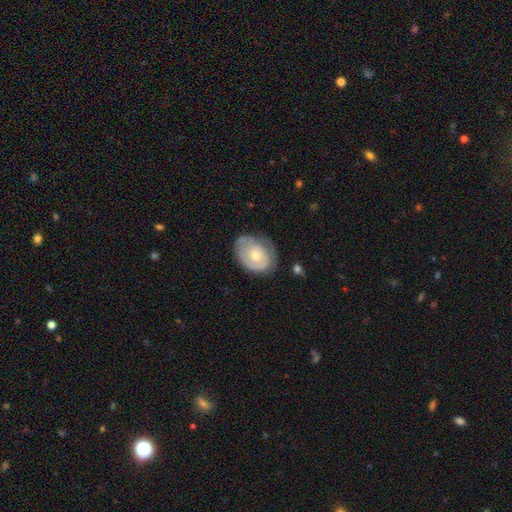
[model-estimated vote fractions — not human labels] Smooth or featured? Predicted: featured or disk (p=0.53). Edge-on disk? Predicted: no (p=0.96). Bar? Predicted: no (p=0.84). Spiral arms? Predicted: yes (p=0.54). Bulge size? Predicted: moderate (p=0.55). Merging? Predicted: none (p=0.56).